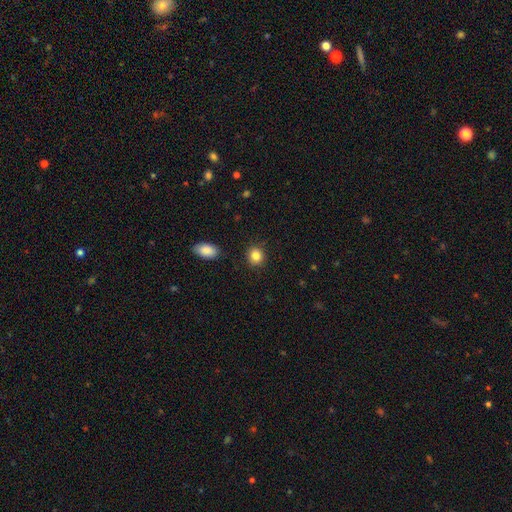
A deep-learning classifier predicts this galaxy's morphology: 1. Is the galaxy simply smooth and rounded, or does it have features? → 85% smooth, 10% star or artifact, 5% featured or disk.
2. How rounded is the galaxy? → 83% round, 16% in between, 1% cigar-shaped.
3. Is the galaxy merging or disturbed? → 89% none, 7% minor disturbance, 2% major disturbance, 2% merger.